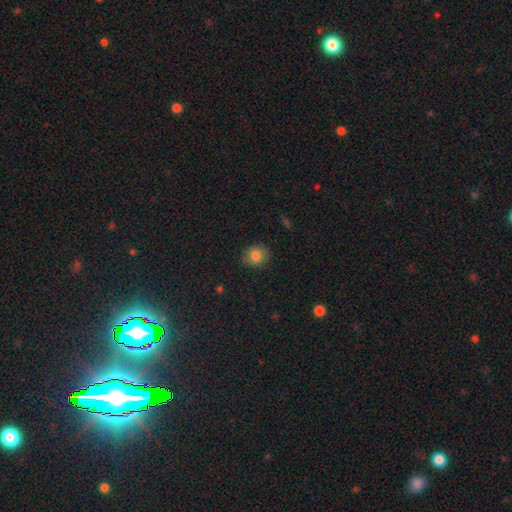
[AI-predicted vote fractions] smooth_or_featured: smooth (p=0.83) [alt: star or artifact p=0.10]
how_rounded: round (p=0.67) [alt: in between p=0.32]
merging: none (p=0.85) [alt: minor disturbance p=0.11]